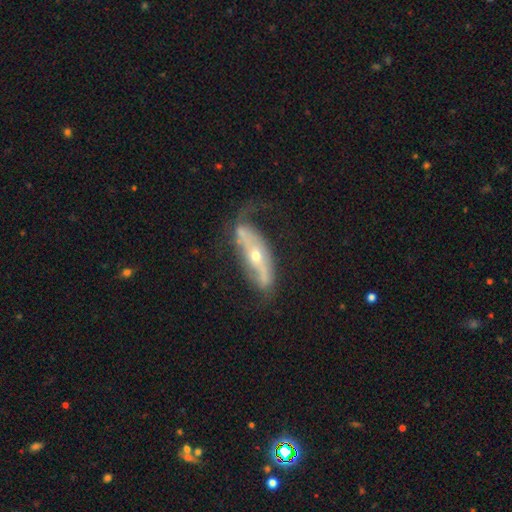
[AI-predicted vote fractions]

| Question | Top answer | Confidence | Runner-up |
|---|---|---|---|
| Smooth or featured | featured or disk | 76% | smooth (18%) |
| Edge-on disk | no | 73% | yes (27%) |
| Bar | no | 48% | strong (30%) |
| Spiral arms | yes | 71% | no (29%) |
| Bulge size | moderate | 48% | tied: small (48%) |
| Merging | none | 45% | minor disturbance (26%) |